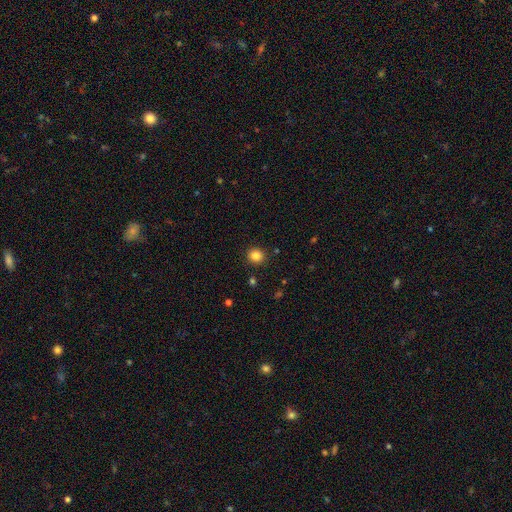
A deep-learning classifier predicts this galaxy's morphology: type=smooth (85%); roundness=round (84%); merging=none (90%).